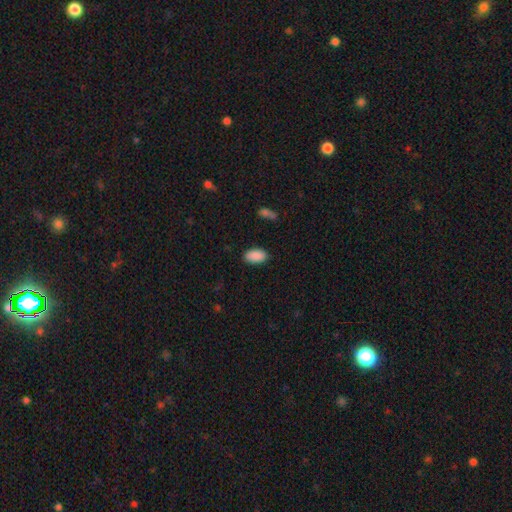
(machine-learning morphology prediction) Smooth or featured? Predicted: smooth (p=0.90). How rounded? Predicted: in between (p=0.94). Merging? Predicted: none (p=0.86).